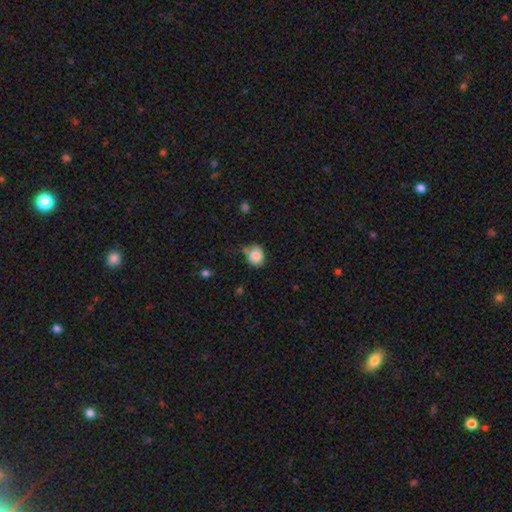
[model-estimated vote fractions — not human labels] Smooth or featured: smooth — 83% (featured or disk — 9%)
How rounded: round — 63% (in between — 36%)
Merging: none — 55% (minor disturbance — 27%)